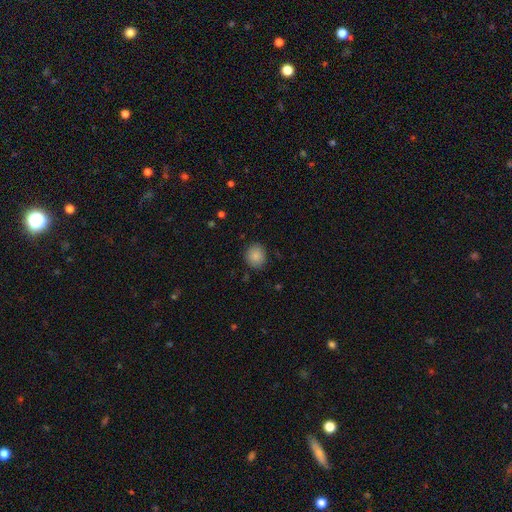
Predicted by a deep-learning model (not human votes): Smooth or featured: smooth — 87% (star or artifact — 8%)
How rounded: round — 83% (in between — 17%)
Merging: none — 86% (minor disturbance — 10%)